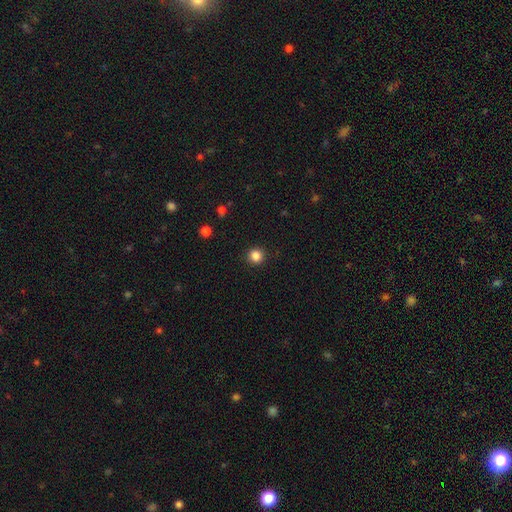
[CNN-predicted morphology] Q: Smooth or featured?
A: smooth (85%); runner-up: star or artifact (11%)
Q: How rounded?
A: round (94%); runner-up: in between (5%)
Q: Merging?
A: none (93%); runner-up: minor disturbance (5%)